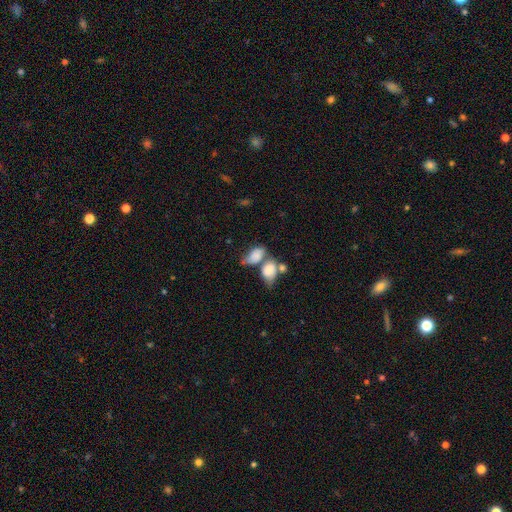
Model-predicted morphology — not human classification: smooth_or_featured: smooth (p=0.77) [alt: featured or disk p=0.15]
how_rounded: in between (p=0.87) [alt: round p=0.11]
merging: merger (p=0.61) [alt: none p=0.17]